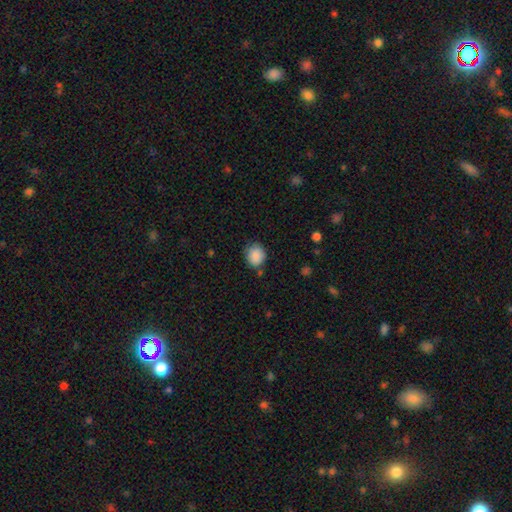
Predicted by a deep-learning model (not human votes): The model was most divided on "how rounded": round: 73%, in between: 26%, cigar-shaped: 1%. More confident: smooth or featured — smooth (87%); merging — none (74%).